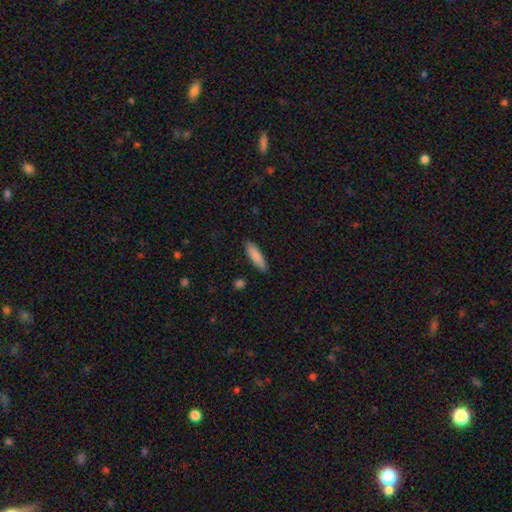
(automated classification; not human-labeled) smooth 86%, featured or disk 8%, star or artifact 6%. Down the decision tree: how rounded — cigar-shaped (66%); merging — none (87%).